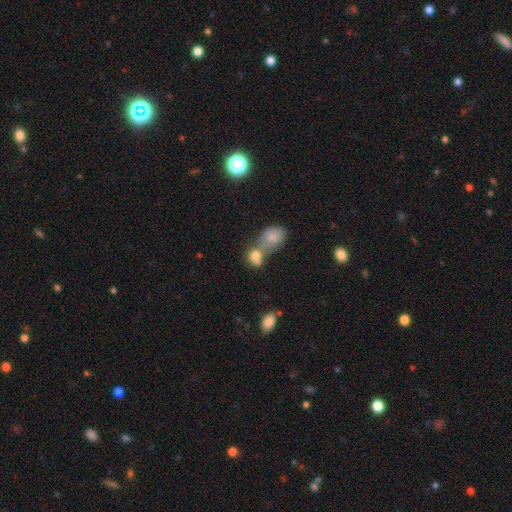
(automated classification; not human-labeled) Smooth or featured?
  - smooth: 77% *
  - featured or disk: 12%
  - star or artifact: 11%
How rounded?
  - in between: 53% *
  - round: 45%
  - cigar-shaped: 2%
Merging?
  - merger: 62% *
  - none: 25%
  - minor disturbance: 8%
  - major disturbance: 5%